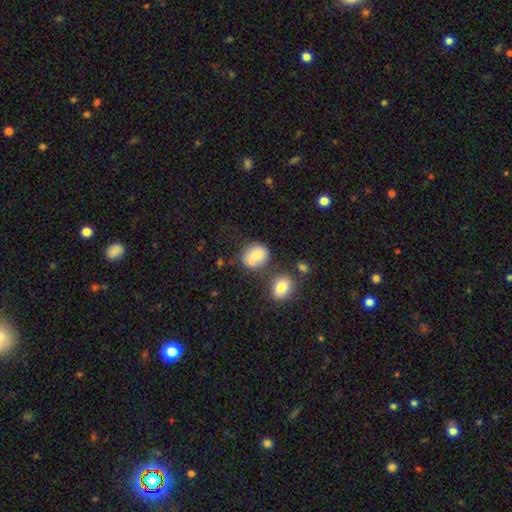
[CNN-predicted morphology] A smooth galaxy with no disk features (75%) that is round (64%). Merging: none (52%).